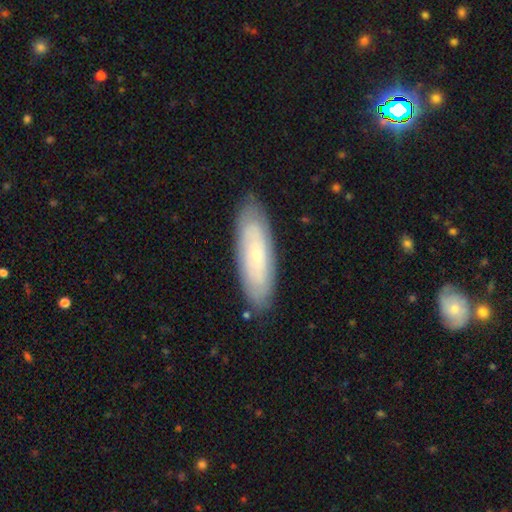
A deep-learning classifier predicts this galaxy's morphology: smooth-or-featured: smooth: 49% | featured or disk: 45% | star or artifact: 7%
  merging: none: 84% | minor disturbance: 12% | major disturbance: 2% | merger: 1%